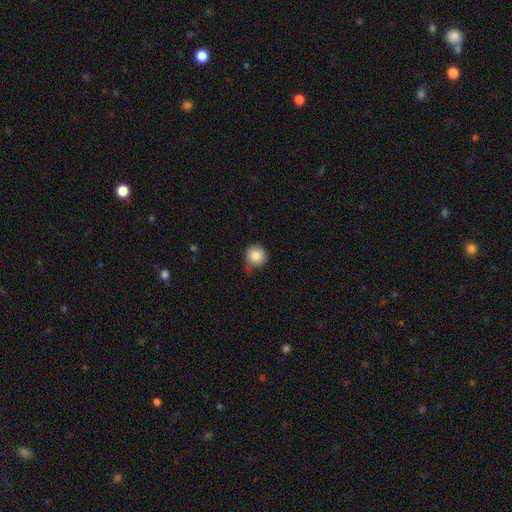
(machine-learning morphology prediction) smooth-or-featured: smooth: 85% | star or artifact: 9% | featured or disk: 6%
  how-rounded: round: 93% | in between: 6% | cigar-shaped: 1%
  merging: none: 66% | minor disturbance: 27% | major disturbance: 5% | merger: 2%